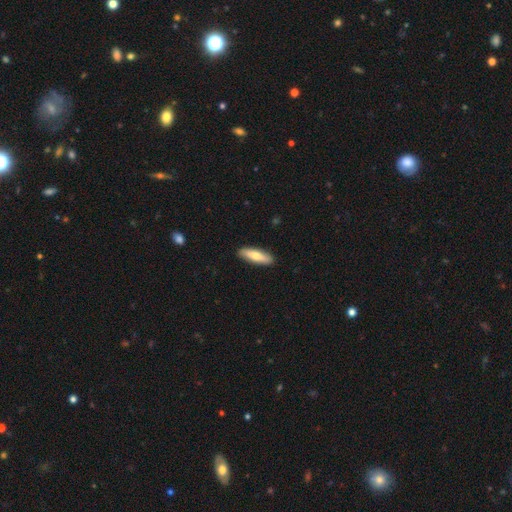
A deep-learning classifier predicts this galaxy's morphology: A smooth galaxy with no disk features (70%) that is cigar-shaped (60%). Merging: none (90%).